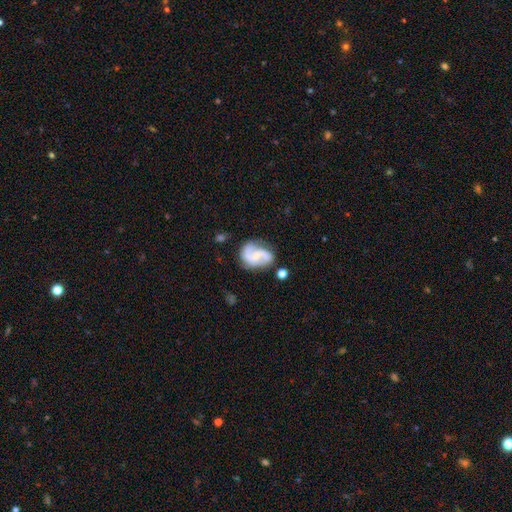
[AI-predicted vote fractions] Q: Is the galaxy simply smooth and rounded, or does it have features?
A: featured or disk — 79%.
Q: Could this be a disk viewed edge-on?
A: no — 98%.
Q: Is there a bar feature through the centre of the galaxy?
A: no — 50%.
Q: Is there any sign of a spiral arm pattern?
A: yes — 95%.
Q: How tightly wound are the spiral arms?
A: medium — 48%.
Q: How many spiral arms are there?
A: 2 — 84%.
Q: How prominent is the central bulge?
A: small — 54%.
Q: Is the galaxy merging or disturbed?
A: none — 63%.